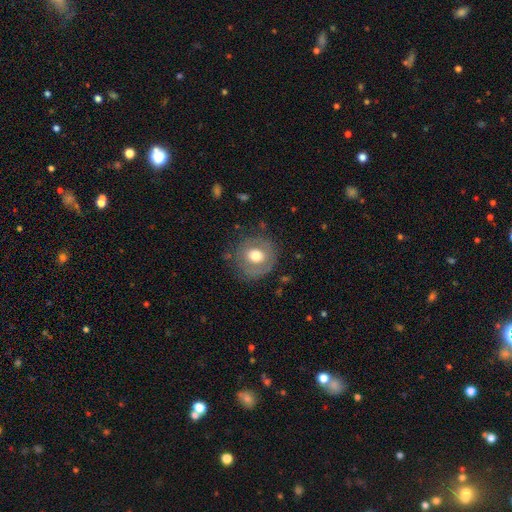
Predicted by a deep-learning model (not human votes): A smooth galaxy with no disk features (57%) that is round (88%).

Vote fractions:
- Smooth or featured? smooth: 57% / featured or disk: 35% / star or artifact: 8%
- How rounded? round: 88% / in between: 11% / cigar-shaped: 1%
- Merging? none: 77% / minor disturbance: 14% / major disturbance: 7% / merger: 1%